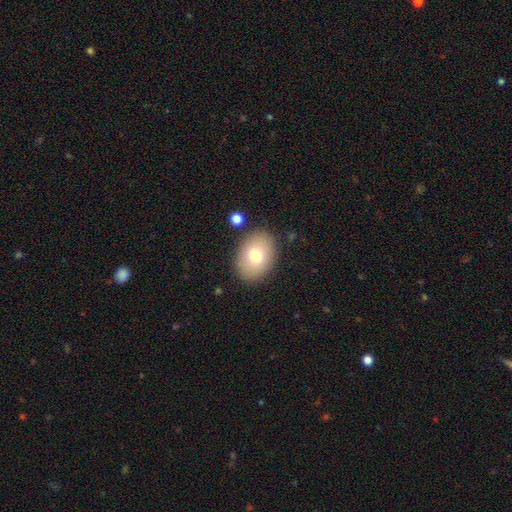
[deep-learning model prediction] Smooth or featured?
  - smooth: 75% *
  - featured or disk: 17%
  - star or artifact: 9%
How rounded?
  - in between: 76% *
  - round: 23%
  - cigar-shaped: 1%
Merging?
  - none: 87% *
  - minor disturbance: 9%
  - major disturbance: 3%
  - merger: 2%